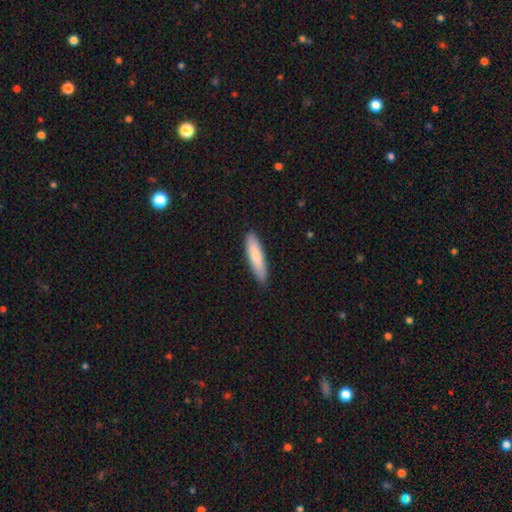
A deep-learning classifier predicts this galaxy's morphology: This appears to be a smooth galaxy with no disk features (81%) that is cigar-shaped (76%). Merging: none (88%).